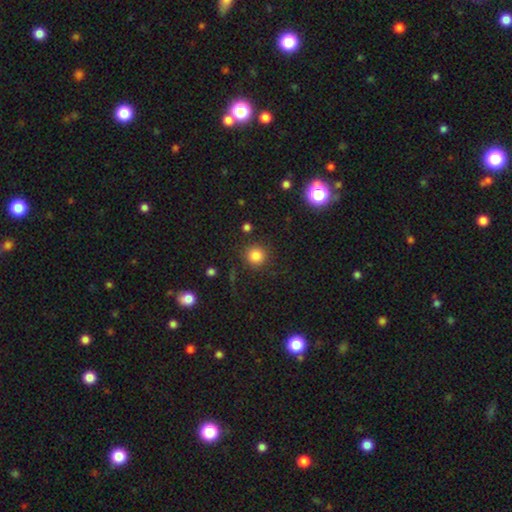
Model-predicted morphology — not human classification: Q: Smooth or featured?
A: smooth (83%); runner-up: star or artifact (12%)
Q: How rounded?
A: round (93%); runner-up: in between (6%)
Q: Merging?
A: none (88%); runner-up: minor disturbance (7%)